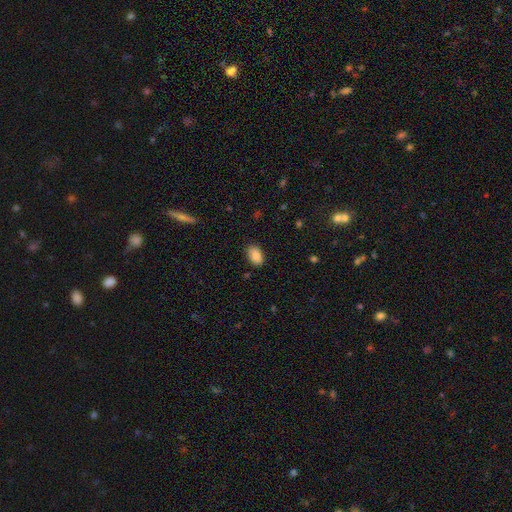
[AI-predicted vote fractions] This is clearly a smooth galaxy (88%). How rounded: clearly in between (91%). Merging: clearly none (85%).